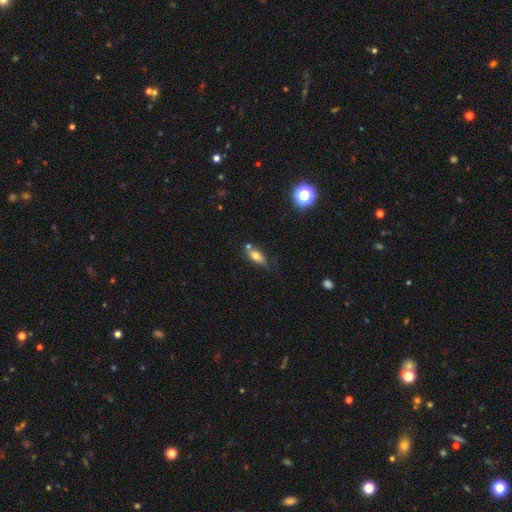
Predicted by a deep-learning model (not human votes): Q: Smooth or featured?
A: smooth (68%); runner-up: featured or disk (22%)
Q: How rounded?
A: in between (75%); runner-up: cigar-shaped (18%)
Q: Merging?
A: none (50%); runner-up: minor disturbance (21%)